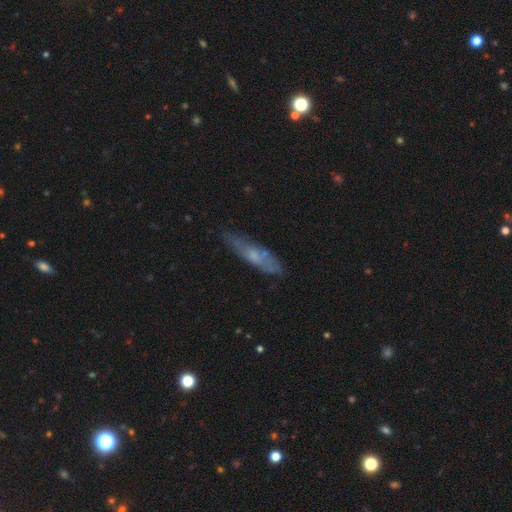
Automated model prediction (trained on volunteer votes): Q: Smooth or featured?
A: smooth (46%); tied with: featured or disk (46%)
Q: Merging?
A: none (69%); runner-up: minor disturbance (22%)